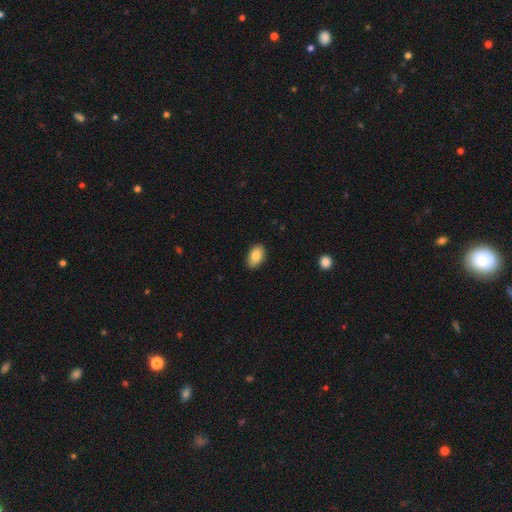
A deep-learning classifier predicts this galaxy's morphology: Smooth or featured: smooth — 83% (featured or disk — 10%)
How rounded: in between — 91% (round — 8%)
Merging: none — 88% (minor disturbance — 9%)